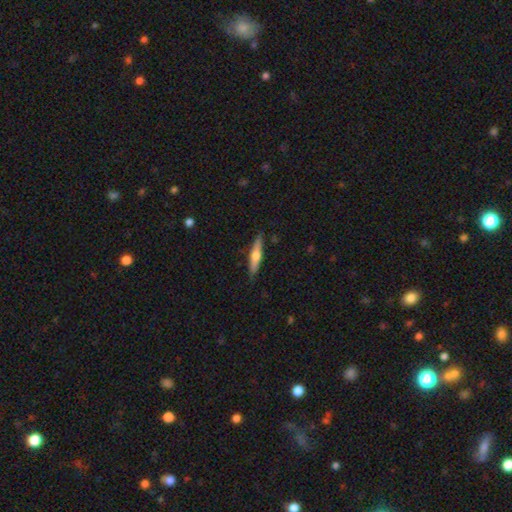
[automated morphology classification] This is possibly a featured or disk galaxy (51%). It is clearly viewed edge-on (95%). Merging: clearly none (88%).